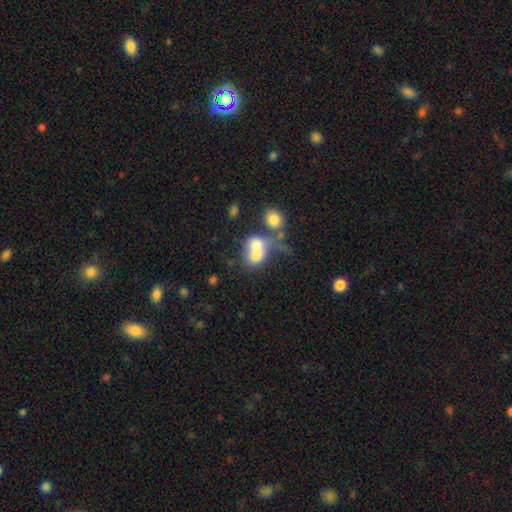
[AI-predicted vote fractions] Smooth or featured? smooth (65%)
How rounded? in between (62%)
Merging? merger (65%)